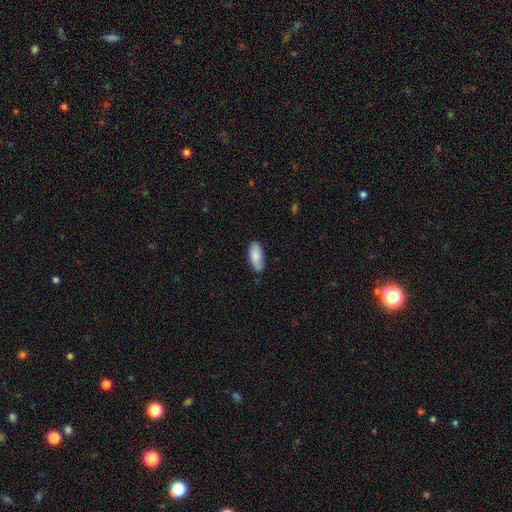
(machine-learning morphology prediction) smooth_or_featured: smooth (p=0.84) [alt: featured or disk p=0.10]
how_rounded: in between (p=0.86) [alt: cigar-shaped p=0.13]
merging: none (p=0.77) [alt: minor disturbance p=0.19]